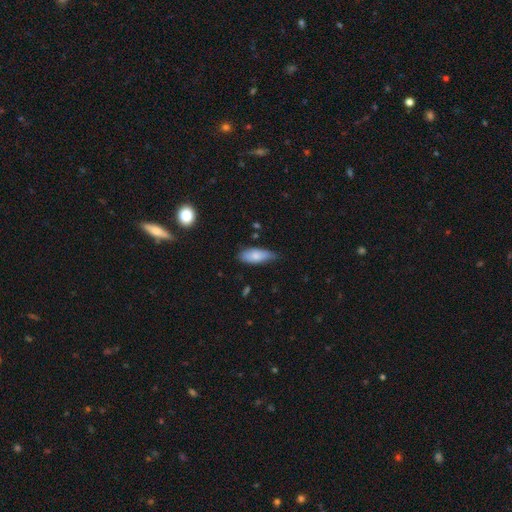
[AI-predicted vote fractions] A smooth galaxy with no disk features (80%) that is in between round and cigar-shaped (80%). Merging: none (66%).